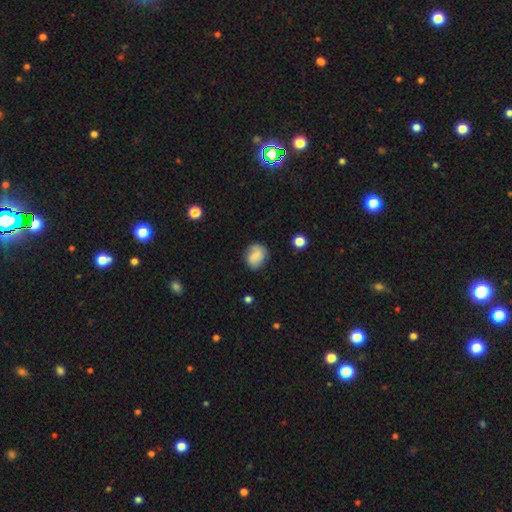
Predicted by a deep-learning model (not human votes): Smooth or featured: smooth — 70% (featured or disk — 21%)
How rounded: round — 57% (in between — 42%)
Merging: none — 73% (minor disturbance — 20%)